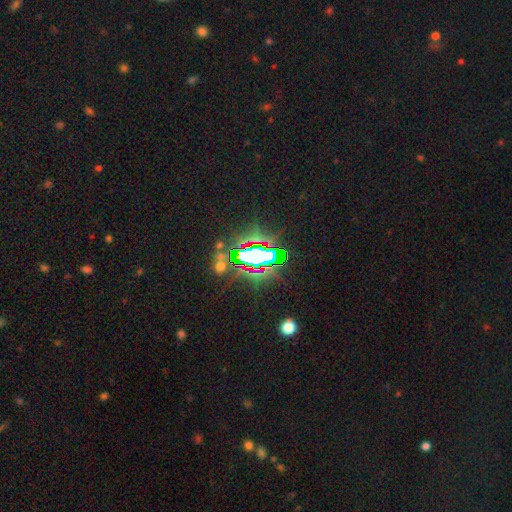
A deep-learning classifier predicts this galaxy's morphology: Smooth or featured?
  - star or artifact: 66% *
  - smooth: 18%
  - featured or disk: 16%